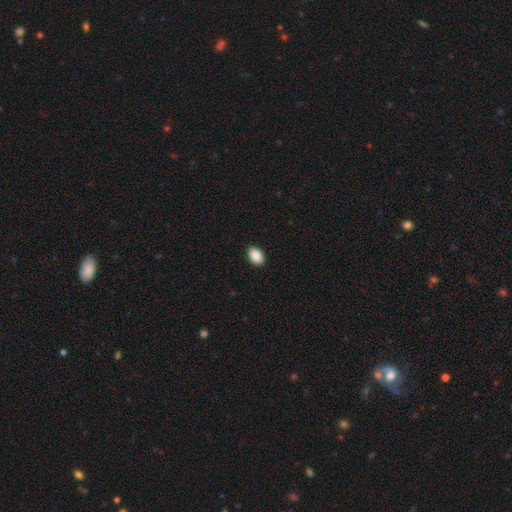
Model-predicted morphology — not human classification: A smooth galaxy with no disk features (88%) that is in between round and cigar-shaped (87%).

Vote fractions:
- Smooth or featured? smooth: 88% / star or artifact: 7% / featured or disk: 4%
- How rounded? in between: 87% / round: 12% / cigar-shaped: 1%
- Merging? none: 91% / minor disturbance: 6% / major disturbance: 2% / merger: 1%